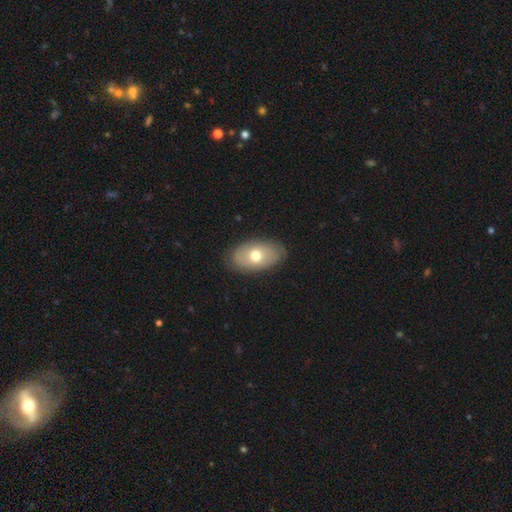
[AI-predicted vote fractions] Smooth or featured? smooth (66%)
How rounded? in between (92%)
Merging? none (83%)